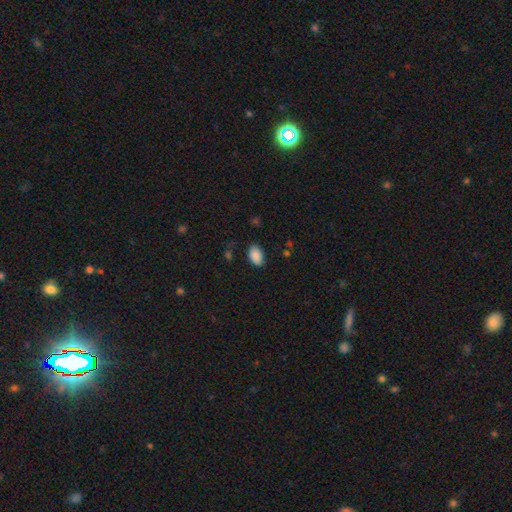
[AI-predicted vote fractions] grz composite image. It shows a smooth galaxy with no disk features (89%) that is in between round and cigar-shaped (91%). Merging: none (82%).